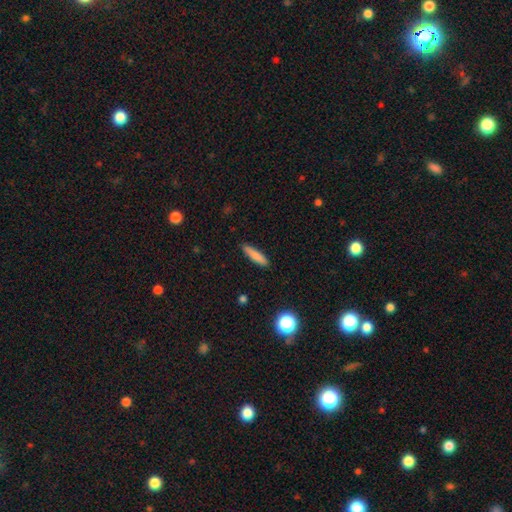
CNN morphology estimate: Smooth or featured: smooth — 82% (featured or disk — 10%)
How rounded: cigar-shaped — 82% (in between — 16%)
Merging: none — 87% (minor disturbance — 10%)